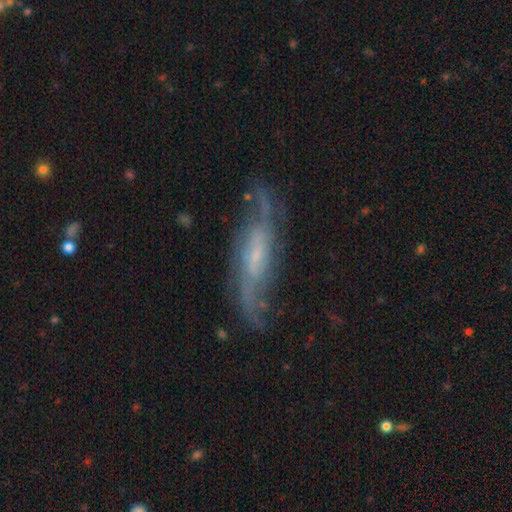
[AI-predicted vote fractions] A featured or disk galaxy (80%) with no bar (46%), 2 (58%) loose (41%) spiral arms (91%) and a small central bulge (62%). Merging: none (70%).